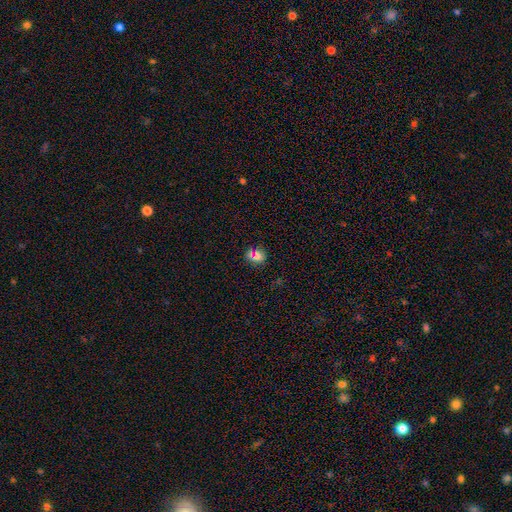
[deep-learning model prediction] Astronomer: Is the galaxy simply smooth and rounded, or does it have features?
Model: smooth — 69%.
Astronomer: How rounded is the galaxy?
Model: round — 79%.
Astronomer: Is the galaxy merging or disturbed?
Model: none — 79%.